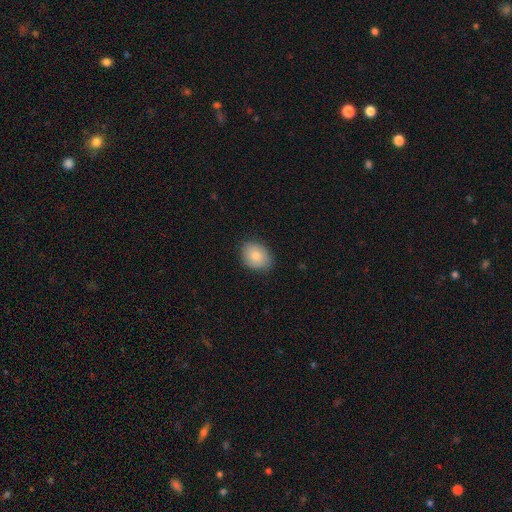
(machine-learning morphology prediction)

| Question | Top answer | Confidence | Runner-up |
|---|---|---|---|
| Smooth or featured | smooth | 77% | featured or disk (15%) |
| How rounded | in between | 59% | round (40%) |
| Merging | none | 86% | minor disturbance (11%) |